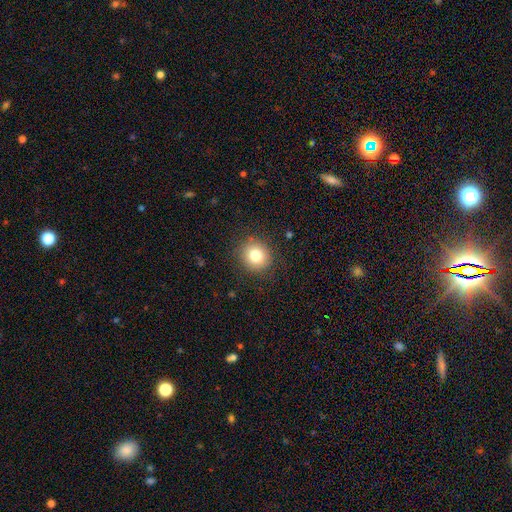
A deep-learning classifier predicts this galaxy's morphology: smooth-or-featured: smooth: 80% | star or artifact: 11% | featured or disk: 9%
  how-rounded: round: 85% | in between: 14% | cigar-shaped: 1%
  merging: none: 88% | minor disturbance: 8% | major disturbance: 3% | merger: 1%